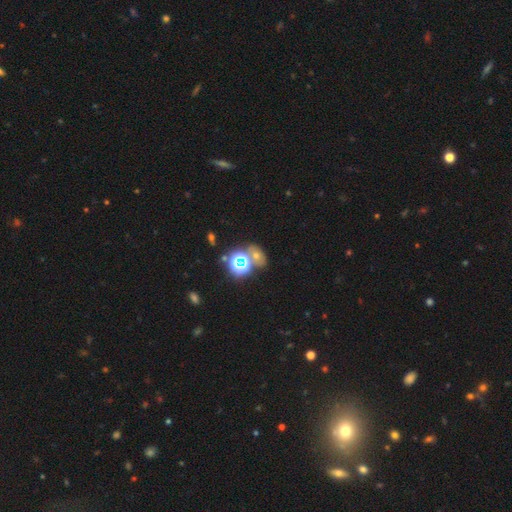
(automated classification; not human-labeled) Smooth or featured? star or artifact (56%)